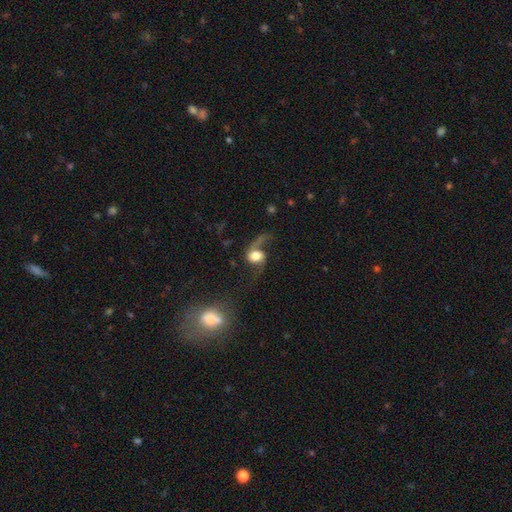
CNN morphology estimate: smooth_or_featured: featured or disk (p=0.61) [alt: smooth p=0.30]
disk_edge_on: no (p=0.96) [alt: yes p=0.04]
bar: no (p=0.66) [alt: weak p=0.27]
has_spiral_arms: yes (p=0.89) [alt: no p=0.11]
spiral_winding: loose (p=0.82) [alt: medium p=0.15]
spiral_arm_count: 2 (p=0.66) [alt: 1 p=0.29]
bulge_size: large (p=0.45) [alt: moderate p=0.29]
merging: none (p=0.41) [alt: major disturbance p=0.36]